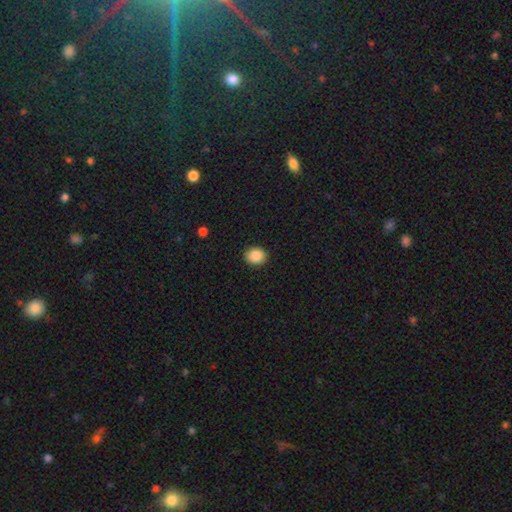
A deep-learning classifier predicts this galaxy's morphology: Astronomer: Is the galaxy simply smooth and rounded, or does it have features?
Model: smooth — 88%.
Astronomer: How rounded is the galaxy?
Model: round — 61% (runner-up: in between, 38%).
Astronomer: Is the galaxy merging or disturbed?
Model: none — 89%.